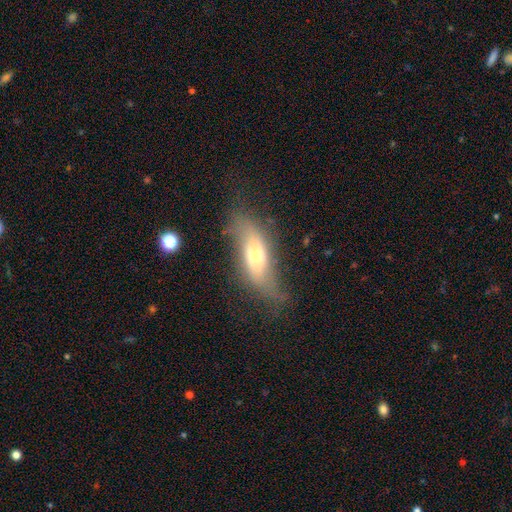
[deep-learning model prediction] Smooth or featured?
  - featured or disk: 53% *
  - smooth: 38%
  - star or artifact: 8%
Edge-on disk?
  - no: 66% *
  - yes: 34%
Merging?
  - none: 51% *
  - minor disturbance: 28%
  - major disturbance: 18%
  - merger: 3%